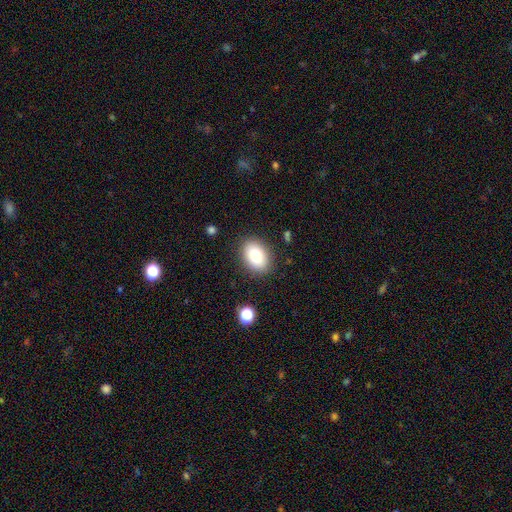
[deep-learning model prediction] Q: Smooth or featured?
A: smooth (85%); runner-up: star or artifact (8%)
Q: How rounded?
A: in between (85%); runner-up: round (14%)
Q: Merging?
A: none (86%); runner-up: minor disturbance (10%)